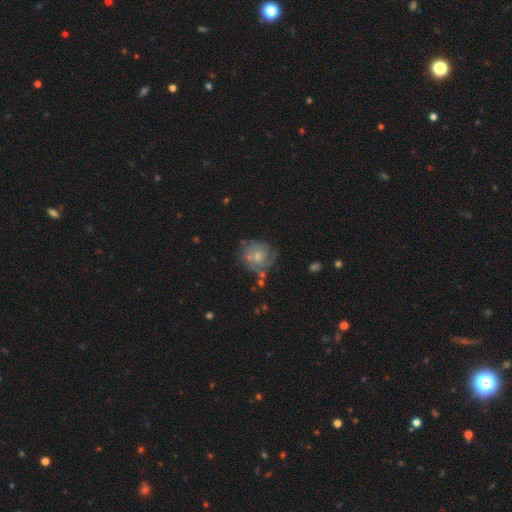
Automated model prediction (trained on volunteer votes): Smooth or featured?
  - featured or disk: 66% *
  - smooth: 26%
  - star or artifact: 8%
Edge-on disk?
  - no: 98% *
  - yes: 2%
Bar?
  - no: 77% *
  - weak: 21%
  - strong: 3%
Spiral arms?
  - yes: 82% *
  - no: 18%
Spiral winding?
  - tight: 53% *
  - medium: 33%
  - loose: 14%
Spiral arm count?
  - can't tell: 37% *
  - 2: 26%
  - 3: 17%
  - 1: 10%
  - 4: 6%
  - more than 4: 4%
Bulge size?
  - small: 49% *
  - moderate: 43%
  - none: 5%
  - large: 3%
  - dominant: 1%
Merging?
  - none: 56% *
  - minor disturbance: 24%
  - major disturbance: 14%
  - merger: 6%